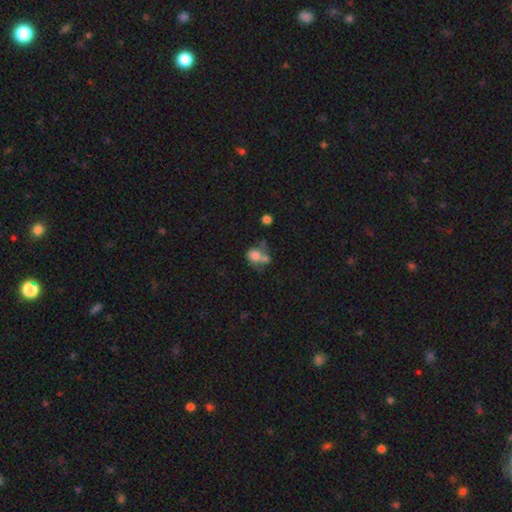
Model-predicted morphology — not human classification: type=smooth (70%); roundness=round (58%); merging=merger (46%).